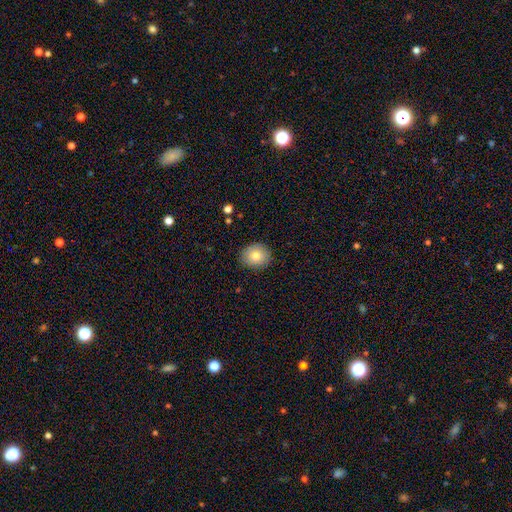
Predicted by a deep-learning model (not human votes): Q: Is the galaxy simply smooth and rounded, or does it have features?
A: smooth — 79%.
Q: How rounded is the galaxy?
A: round — 67%.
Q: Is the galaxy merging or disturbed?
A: none — 87%.